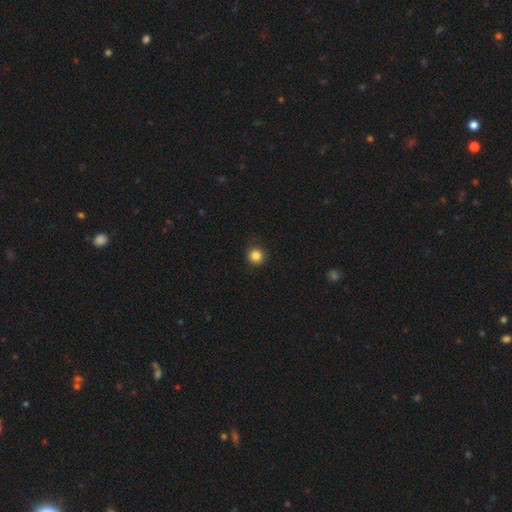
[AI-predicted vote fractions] Smooth or featured? smooth (85%)
How rounded? round (93%)
Merging? none (86%)